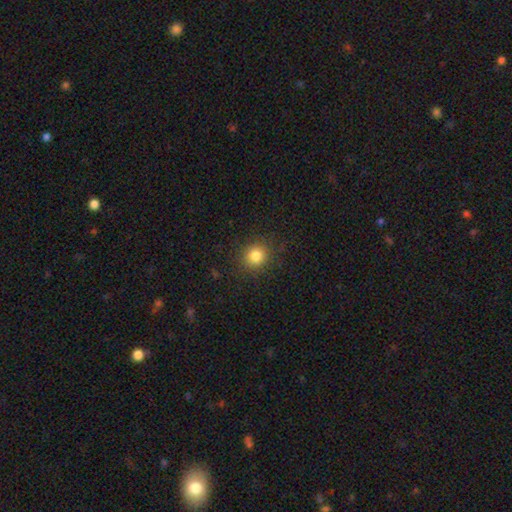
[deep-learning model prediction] smooth_or_featured: smooth (p=0.82) [alt: star or artifact p=0.12]
how_rounded: round (p=0.87) [alt: in between p=0.12]
merging: none (p=0.88) [alt: minor disturbance p=0.08]